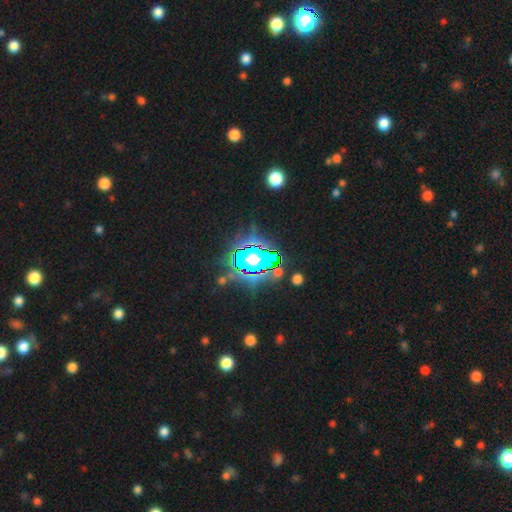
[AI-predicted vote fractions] Q: Smooth or featured?
A: star or artifact (60%); runner-up: smooth (21%)